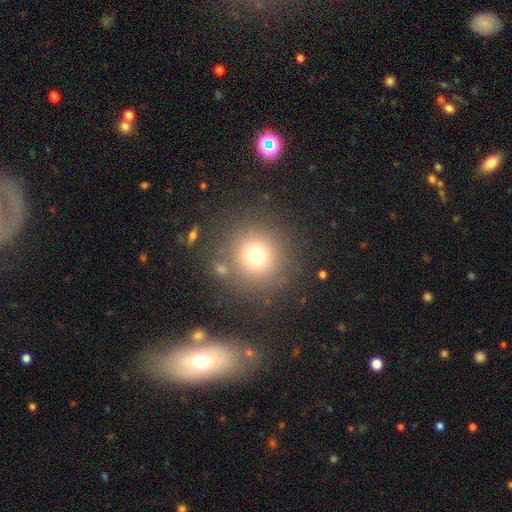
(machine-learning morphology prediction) The model was most divided on "smooth or featured": smooth: 73%, star or artifact: 17%, featured or disk: 10%. More confident: how rounded — round (94%); merging — none (82%).